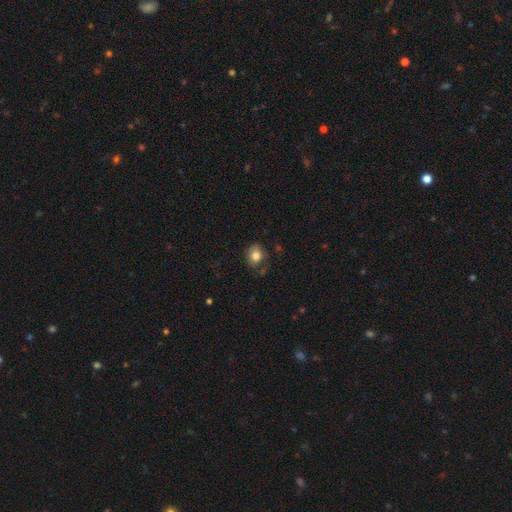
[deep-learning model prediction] This appears to be a smooth galaxy with no disk features (79%) that is round (59%). Merging: none (68%).